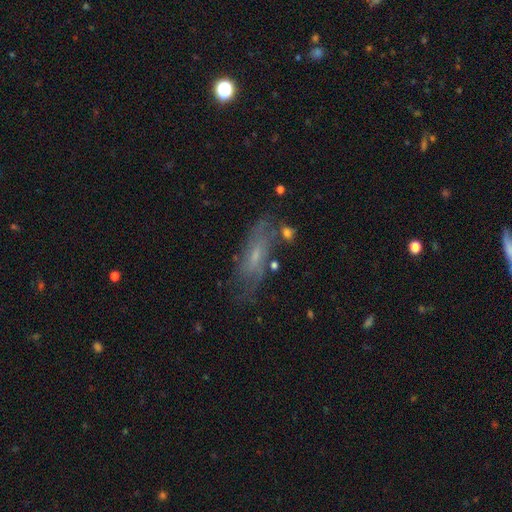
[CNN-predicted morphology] Smooth or featured: featured or disk — 55% (smooth — 35%)
Edge-on disk: no — 75% (yes — 25%)
Merging: none — 63% (minor disturbance — 21%)